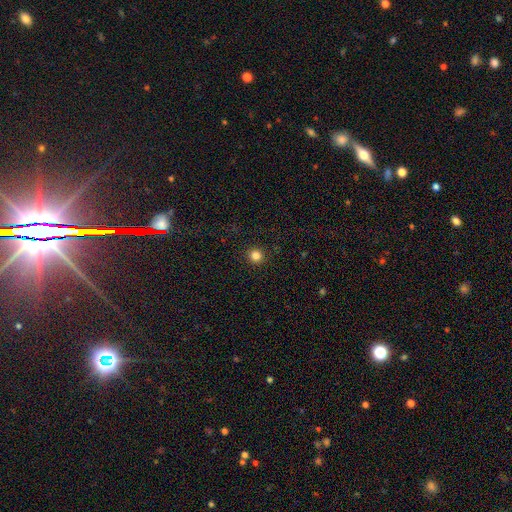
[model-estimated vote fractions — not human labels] smooth-or-featured: smooth: 83% | star or artifact: 12% | featured or disk: 4%
  how-rounded: round: 95% | in between: 4% | cigar-shaped: 1%
  merging: none: 93% | minor disturbance: 4% | major disturbance: 2% | merger: 1%